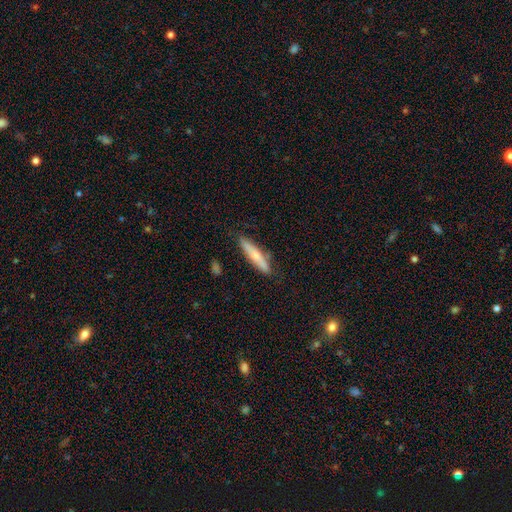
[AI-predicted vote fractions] Smooth or featured? smooth (55%)
How rounded? cigar-shaped (86%)
Merging? none (83%)